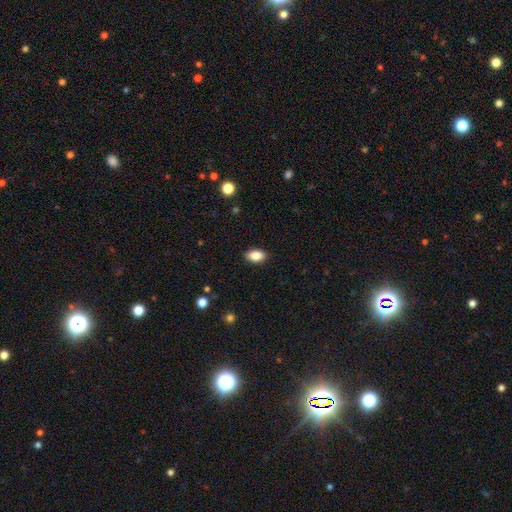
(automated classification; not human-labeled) smooth_or_featured: smooth (p=0.86) [alt: star or artifact p=0.08]
how_rounded: in between (p=0.90) [alt: round p=0.08]
merging: none (p=0.88) [alt: minor disturbance p=0.09]